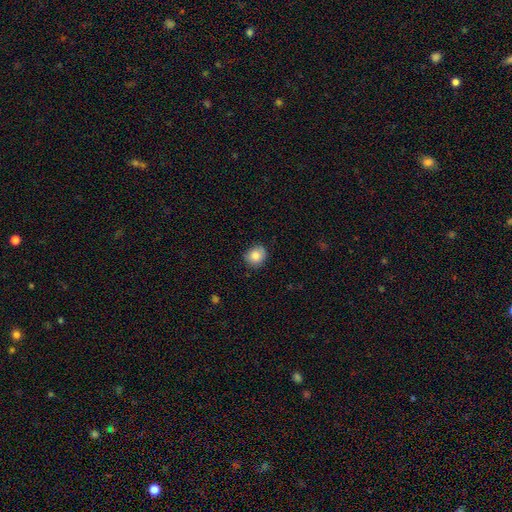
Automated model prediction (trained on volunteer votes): This is clearly a smooth galaxy (86%). How rounded: likely round (74%). Merging: clearly none (81%).